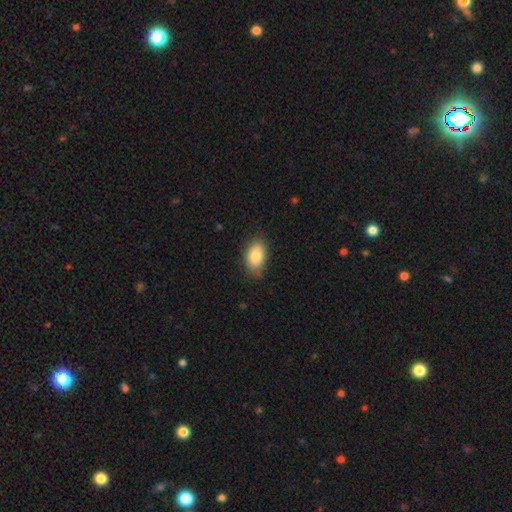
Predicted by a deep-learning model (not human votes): Smooth or featured?
  - smooth: 84% *
  - featured or disk: 8%
  - star or artifact: 7%
How rounded?
  - in between: 90% *
  - round: 8%
  - cigar-shaped: 2%
Merging?
  - none: 80% *
  - minor disturbance: 16%
  - major disturbance: 3%
  - merger: 1%